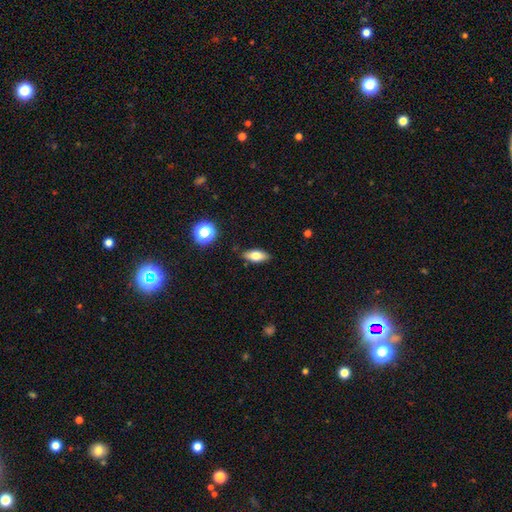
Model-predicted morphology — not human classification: A smooth galaxy with no disk features (73%) that is in between round and cigar-shaped (80%).

Vote fractions:
- Smooth or featured? smooth: 73% / featured or disk: 19% / star or artifact: 8%
- How rounded? in between: 80% / cigar-shaped: 16% / round: 5%
- Merging? none: 87% / minor disturbance: 10% / major disturbance: 2% / merger: 2%